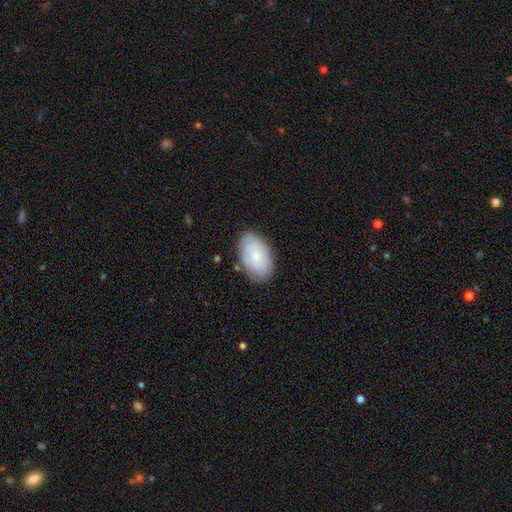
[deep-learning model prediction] Smooth or featured? Predicted: smooth (p=0.53). How rounded? Predicted: in between (p=0.91). Merging? Predicted: none (p=0.79).